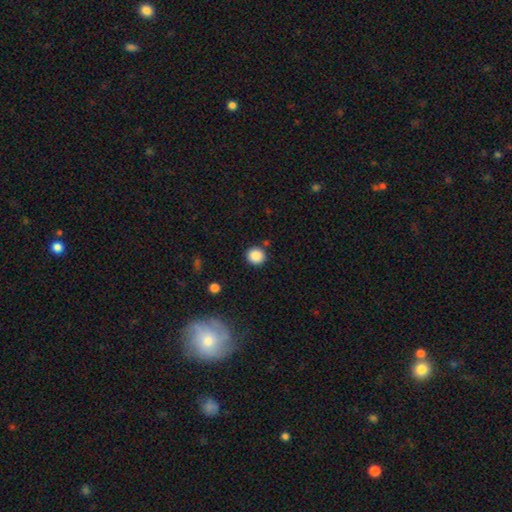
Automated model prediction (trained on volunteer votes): smooth_or_featured: smooth (p=0.88) [alt: star or artifact p=0.09]
how_rounded: round (p=0.92) [alt: in between p=0.07]
merging: none (p=0.87) [alt: minor disturbance p=0.07]